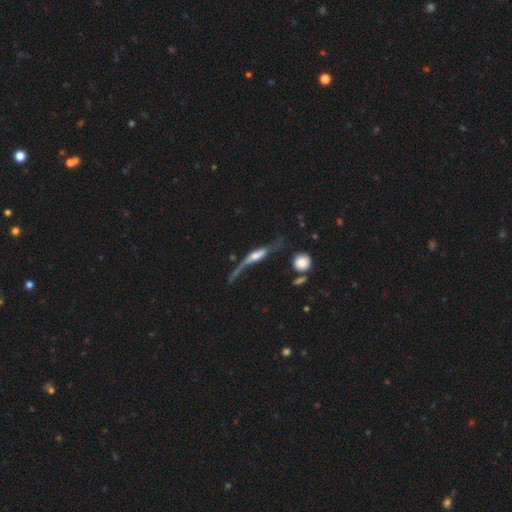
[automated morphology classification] smooth_or_featured: featured or disk (p=0.73) [alt: smooth p=0.20]
disk_edge_on: yes (p=0.68) [alt: no p=0.32]
merging: none (p=0.36) [alt: major disturbance p=0.33]